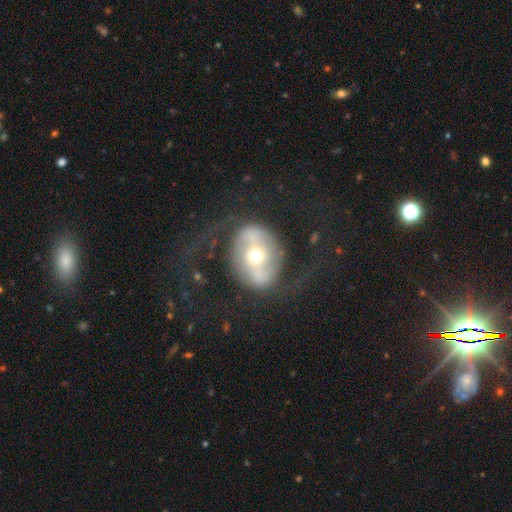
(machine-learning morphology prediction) This appears to be a featured or disk galaxy (76%) with a strong bar (43%), 2 (89%) loose (52%) spiral arms (73%) and a moderate central bulge (64%). Merging: none (65%).